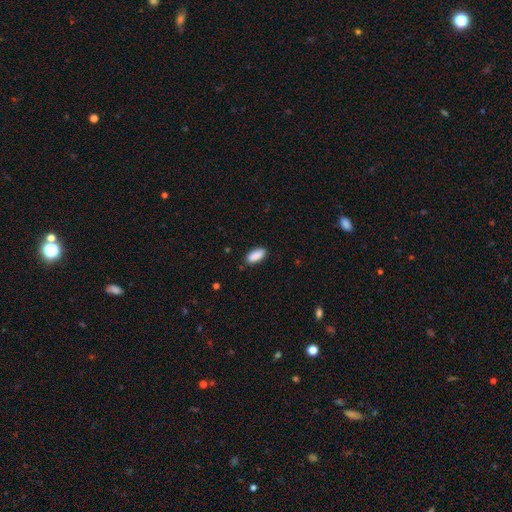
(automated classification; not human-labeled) smooth 90%, star or artifact 7%, featured or disk 3%. Down the decision tree: how rounded — in between (87%); merging — none (86%).